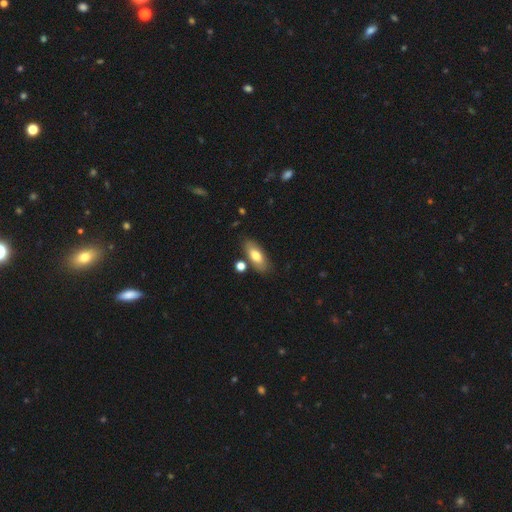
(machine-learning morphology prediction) Smooth or featured? Predicted: smooth (p=0.73). How rounded? Predicted: in between (p=0.79). Merging? Predicted: none (p=0.78).